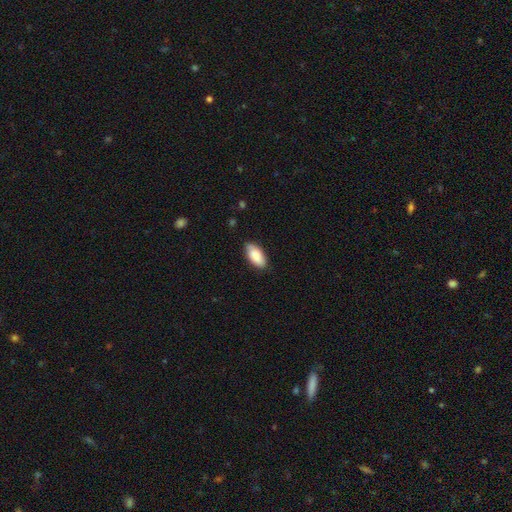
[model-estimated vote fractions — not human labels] A smooth galaxy with no disk features (87%) that is in between round and cigar-shaped (92%).

Vote fractions:
- Smooth or featured? smooth: 87% / featured or disk: 8% / star or artifact: 6%
- How rounded? in between: 92% / cigar-shaped: 6% / round: 2%
- Merging? none: 81% / minor disturbance: 15% / major disturbance: 2% / merger: 1%